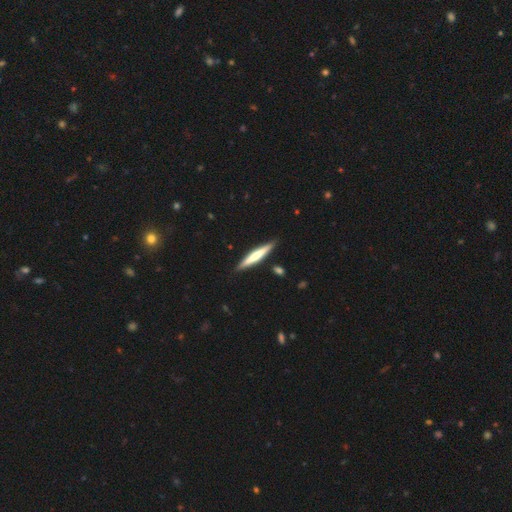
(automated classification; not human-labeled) smooth-or-featured: smooth: 50% | featured or disk: 45% | star or artifact: 5%
  merging: none: 88% | minor disturbance: 8% | merger: 2% | major disturbance: 1%